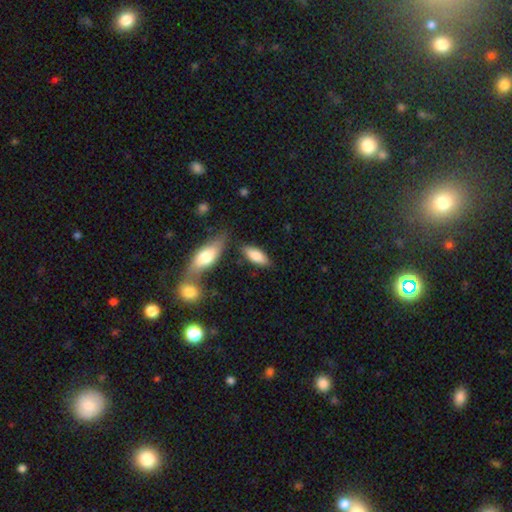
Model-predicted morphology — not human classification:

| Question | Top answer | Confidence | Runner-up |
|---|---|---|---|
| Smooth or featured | smooth | 81% | featured or disk (14%) |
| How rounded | in between | 76% | cigar-shaped (22%) |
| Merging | none | 74% | minor disturbance (14%) |